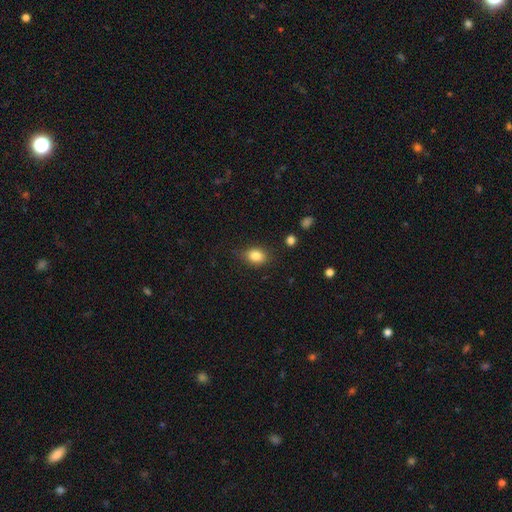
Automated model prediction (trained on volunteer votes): A smooth galaxy with no disk features (84%) that is in between round and cigar-shaped (68%).

Vote fractions:
- Smooth or featured? smooth: 84% / star or artifact: 9% / featured or disk: 6%
- How rounded? in between: 68% / round: 31% / cigar-shaped: 1%
- Merging? none: 80% / minor disturbance: 15% / major disturbance: 4% / merger: 2%